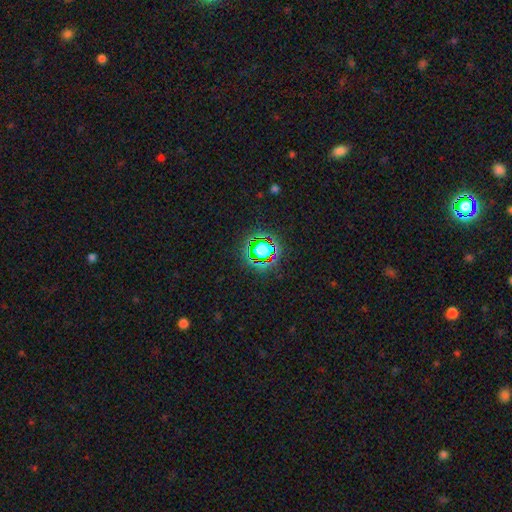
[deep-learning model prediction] star or artifact 79%, smooth 14%, featured or disk 7%.